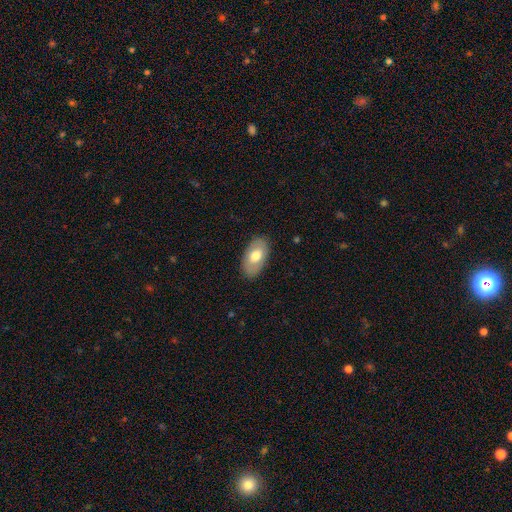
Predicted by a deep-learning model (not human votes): A smooth galaxy with no disk features (67%) that is in between round and cigar-shaped (94%). Merging: none (85%).